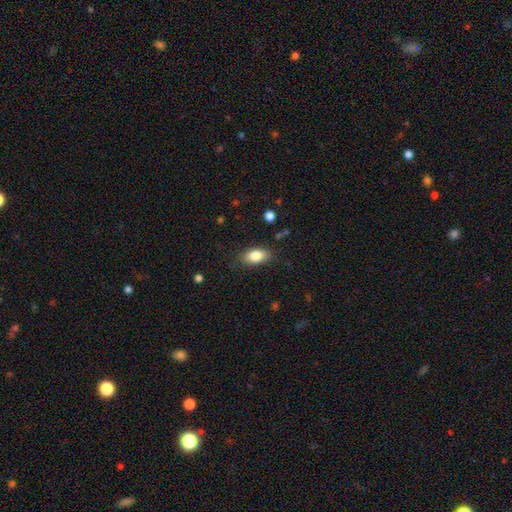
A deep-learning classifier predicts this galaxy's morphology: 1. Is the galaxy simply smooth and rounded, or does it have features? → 84% smooth, 9% featured or disk, 8% star or artifact.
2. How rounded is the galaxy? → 89% in between, 6% round, 5% cigar-shaped.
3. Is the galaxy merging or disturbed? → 83% none, 13% minor disturbance, 3% major disturbance, 1% merger.